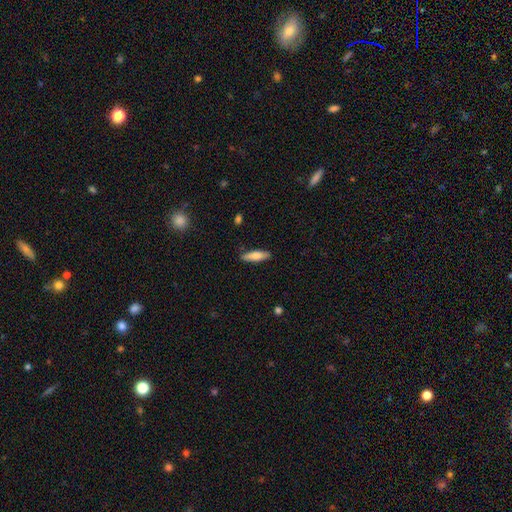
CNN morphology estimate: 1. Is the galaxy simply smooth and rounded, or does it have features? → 72% smooth, 22% featured or disk, 6% star or artifact.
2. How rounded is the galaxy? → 62% cigar-shaped, 36% in between, 2% round.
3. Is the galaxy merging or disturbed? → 86% none, 10% minor disturbance, 2% major disturbance, 1% merger.